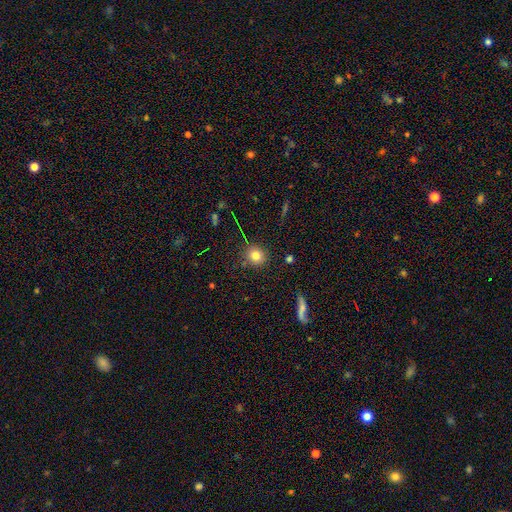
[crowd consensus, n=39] smooth-or-featured: smooth: 90% | star or artifact: 8% | featured or disk: 3%
  how-rounded: round: 74% | in between: 26% | cigar-shaped: 0%
  merging: none: 89% | minor disturbance: 6% | major disturbance: 3% | merger: 3%